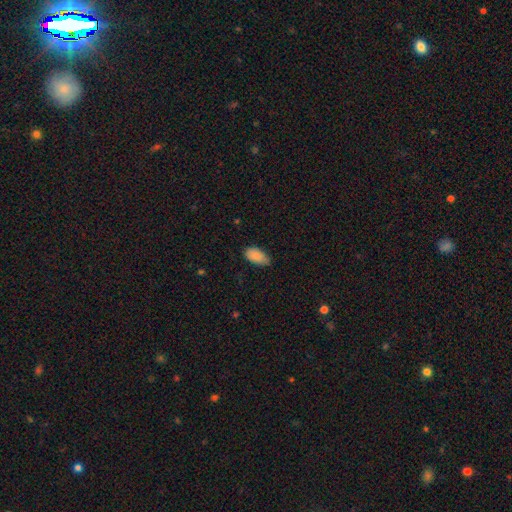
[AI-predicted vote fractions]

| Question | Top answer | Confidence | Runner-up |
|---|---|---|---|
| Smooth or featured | smooth | 86% | featured or disk (7%) |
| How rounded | in between | 94% | round (3%) |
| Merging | none | 69% | minor disturbance (26%) |